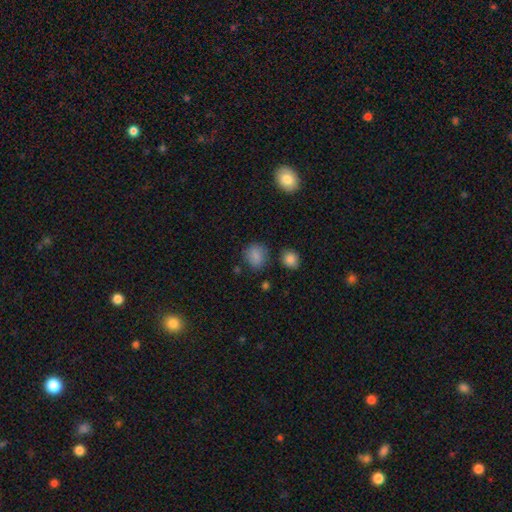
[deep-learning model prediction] The model was most divided on "how rounded": round: 70%, in between: 29%, cigar-shaped: 1%. More confident: smooth or featured — smooth (84%); merging — none (77%).